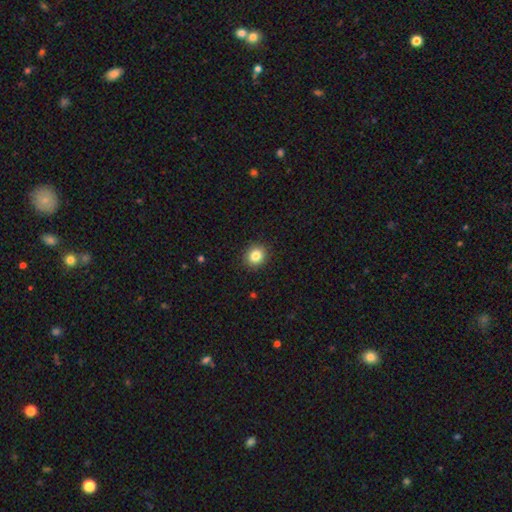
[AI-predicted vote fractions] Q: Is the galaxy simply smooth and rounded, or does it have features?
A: smooth — 84%.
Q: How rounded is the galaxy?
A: round — 80%.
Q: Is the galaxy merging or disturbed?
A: none — 91%.